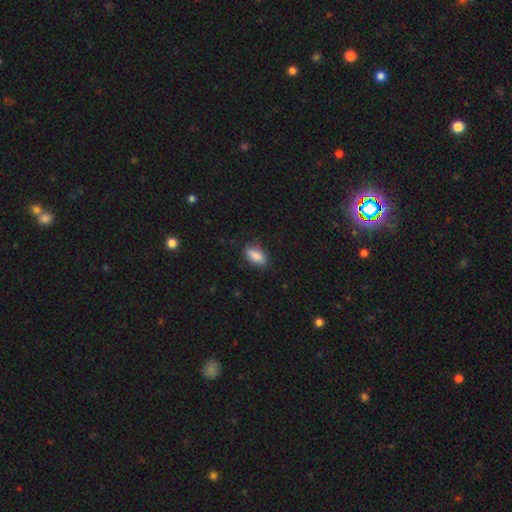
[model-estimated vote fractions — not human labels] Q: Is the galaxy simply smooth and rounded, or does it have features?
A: smooth — 87%.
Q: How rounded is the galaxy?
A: in between — 89%.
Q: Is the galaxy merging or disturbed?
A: none — 76%.